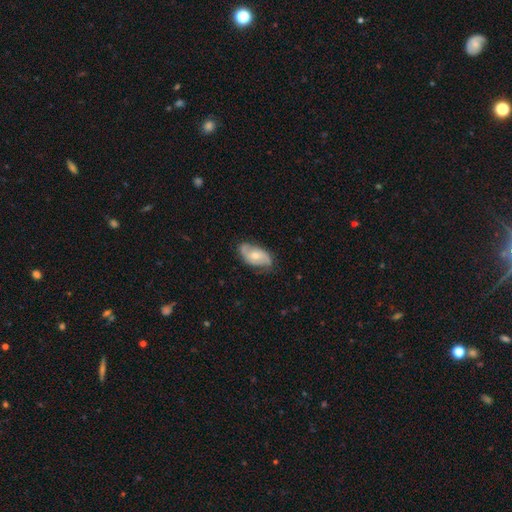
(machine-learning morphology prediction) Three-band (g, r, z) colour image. It shows a featured or disk galaxy (58%) with no bar (61%), spiral arms (83%) and a moderate central bulge (54%). Merging: none (70%).